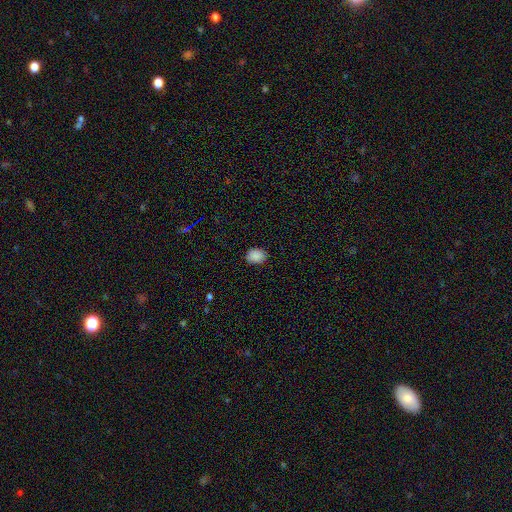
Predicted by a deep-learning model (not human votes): Q: Smooth or featured?
A: smooth (88%); runner-up: star or artifact (9%)
Q: How rounded?
A: in between (56%); runner-up: round (43%)
Q: Merging?
A: none (85%); runner-up: minor disturbance (11%)